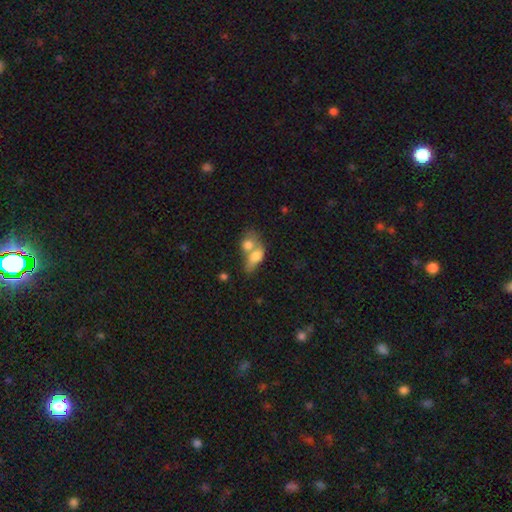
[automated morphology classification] Smooth or featured: smooth — 72% (featured or disk — 20%)
How rounded: in between — 74% (round — 19%)
Merging: merger — 72% (none — 14%)